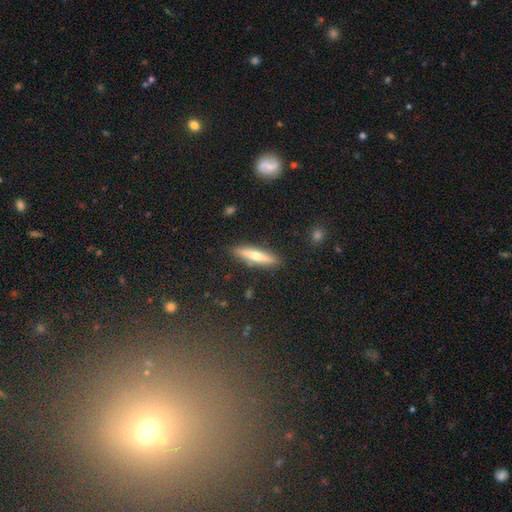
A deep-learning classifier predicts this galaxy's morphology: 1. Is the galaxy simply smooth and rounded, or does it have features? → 48% smooth, 45% featured or disk, 8% star or artifact.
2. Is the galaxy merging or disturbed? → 89% none, 7% minor disturbance, 2% major disturbance, 1% merger.